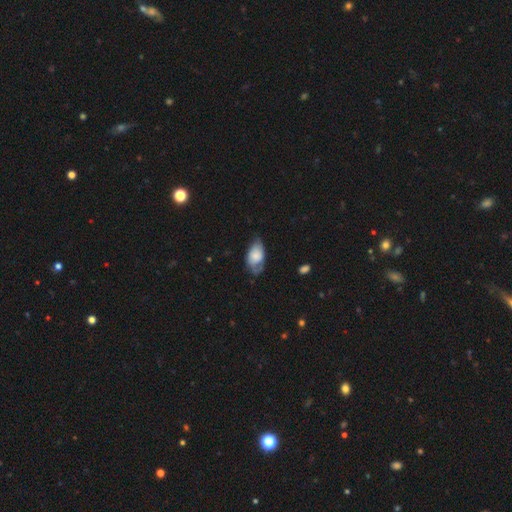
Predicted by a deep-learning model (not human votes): smooth 59%, featured or disk 34%, star or artifact 7%. Down the decision tree: how rounded — in between (91%); merging — none (45%).